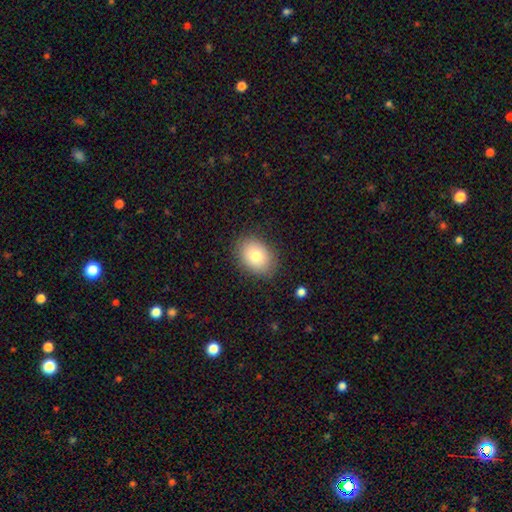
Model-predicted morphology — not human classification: Overall: smooth (79%). How rounded: in between (73%). Merging: none (84%).